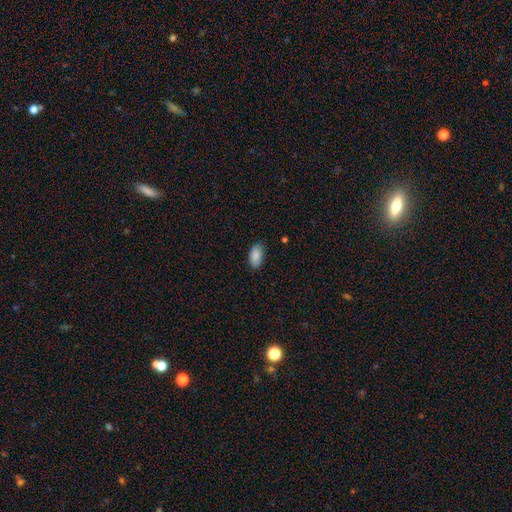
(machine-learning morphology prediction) smooth-or-featured: smooth: 88% | star or artifact: 7% | featured or disk: 5%
  how-rounded: in between: 94% | round: 3% | cigar-shaped: 3%
  merging: none: 83% | minor disturbance: 13% | major disturbance: 2% | merger: 1%